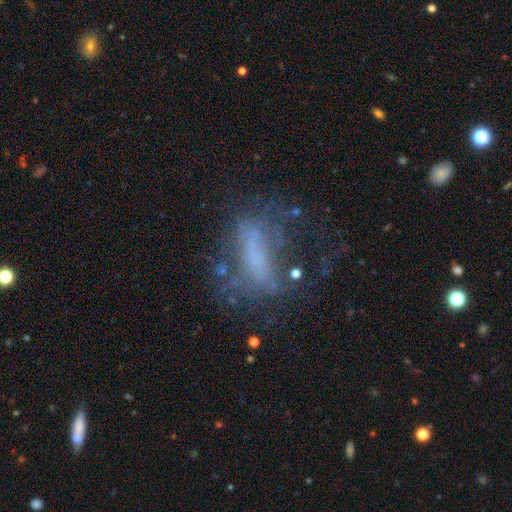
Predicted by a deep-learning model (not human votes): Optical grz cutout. It shows a featured or disk galaxy (50%). Merging: none (39%).